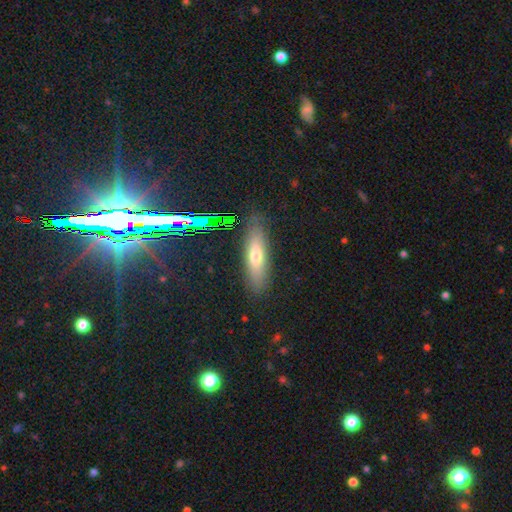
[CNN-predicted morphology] smooth-or-featured: smooth: 61% | featured or disk: 28% | star or artifact: 11%
  how-rounded: cigar-shaped: 64% | in between: 34% | round: 2%
  merging: none: 87% | minor disturbance: 9% | major disturbance: 2% | merger: 1%